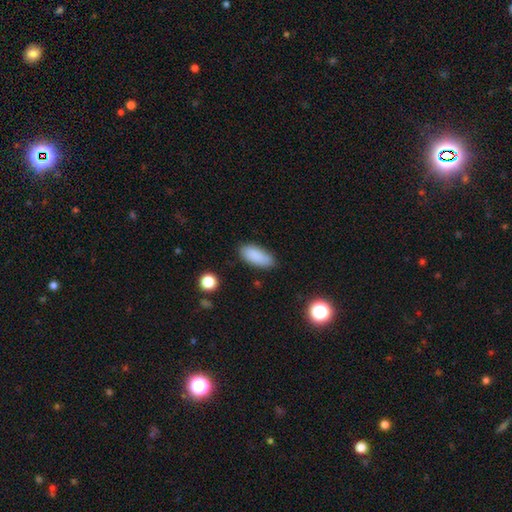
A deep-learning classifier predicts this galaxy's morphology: smooth 87%, star or artifact 7%, featured or disk 5%. Down the decision tree: how rounded — in between (85%); merging — none (79%).